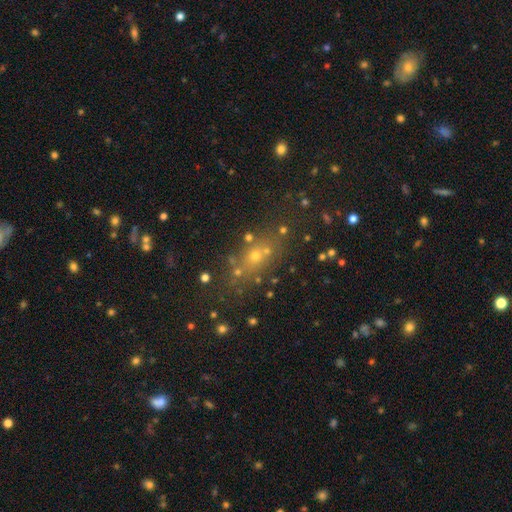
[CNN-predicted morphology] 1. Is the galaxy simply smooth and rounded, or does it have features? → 47% smooth, 33% star or artifact, 19% featured or disk.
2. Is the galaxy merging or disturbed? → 65% none, 16% merger, 13% minor disturbance, 7% major disturbance.